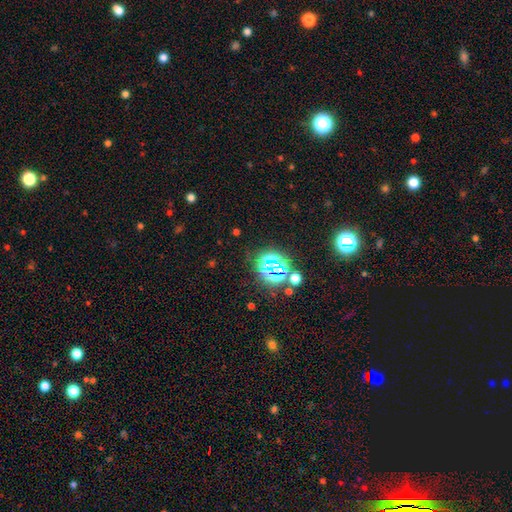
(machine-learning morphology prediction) Smooth or featured? Predicted: star or artifact (p=0.80).